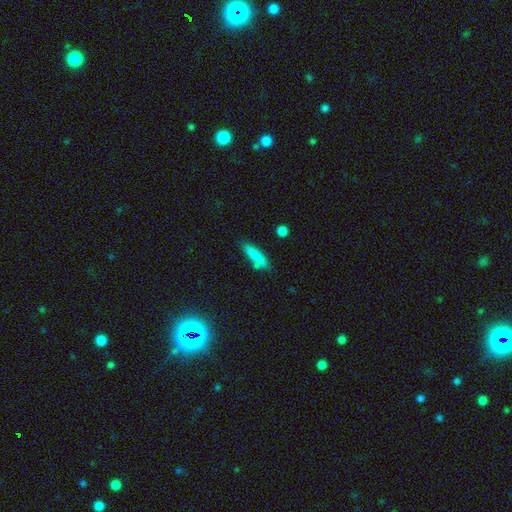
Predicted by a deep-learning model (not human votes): Q: Smooth or featured?
A: smooth (83%); runner-up: featured or disk (10%)
Q: How rounded?
A: cigar-shaped (76%); runner-up: in between (23%)
Q: Merging?
A: none (75%); runner-up: minor disturbance (15%)